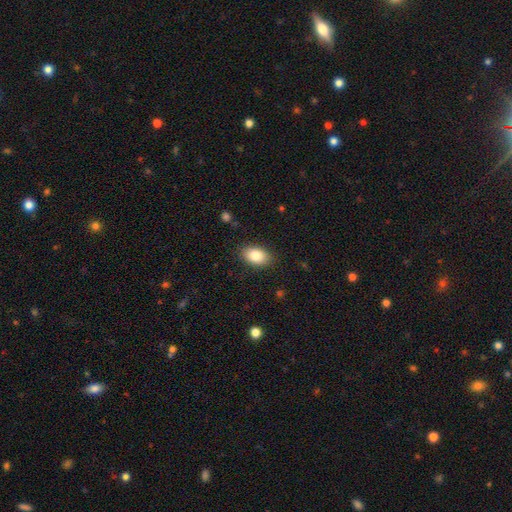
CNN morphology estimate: type=smooth (84%); roundness=in between (89%); merging=none (86%).